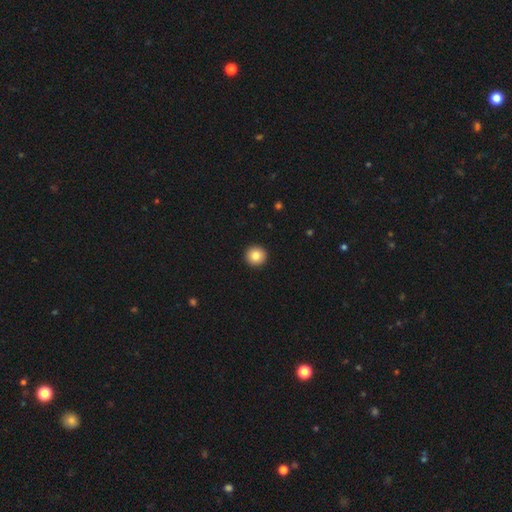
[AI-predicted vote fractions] Smooth or featured? smooth (82%)
How rounded? round (95%)
Merging? none (94%)